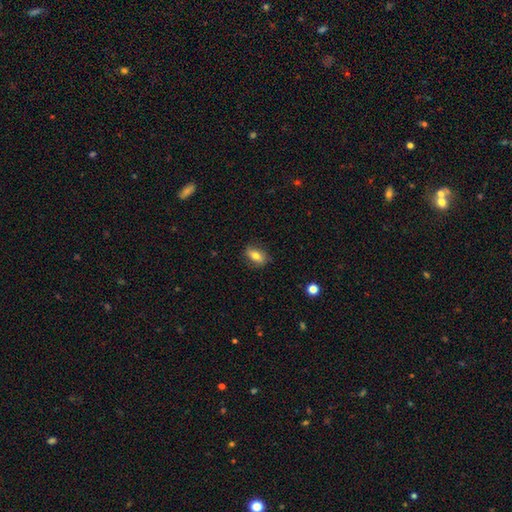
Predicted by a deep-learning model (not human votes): This is likely a smooth galaxy (68%). How rounded: likely in between (79%). Merging: likely none (79%).